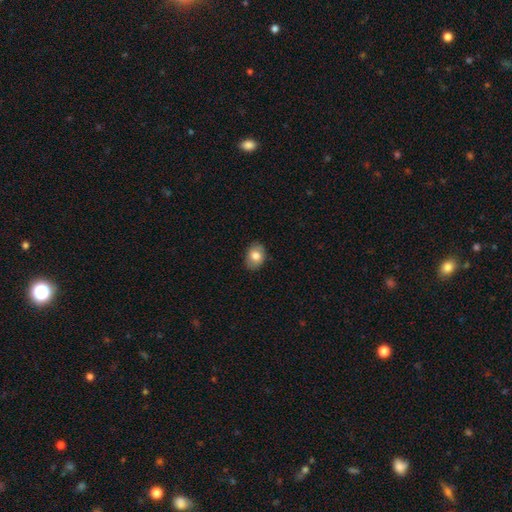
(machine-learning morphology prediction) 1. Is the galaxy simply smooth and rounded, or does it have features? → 80% smooth, 12% featured or disk, 8% star or artifact.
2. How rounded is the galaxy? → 67% in between, 33% round, 1% cigar-shaped.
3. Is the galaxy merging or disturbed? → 86% none, 11% minor disturbance, 2% major disturbance, 1% merger.